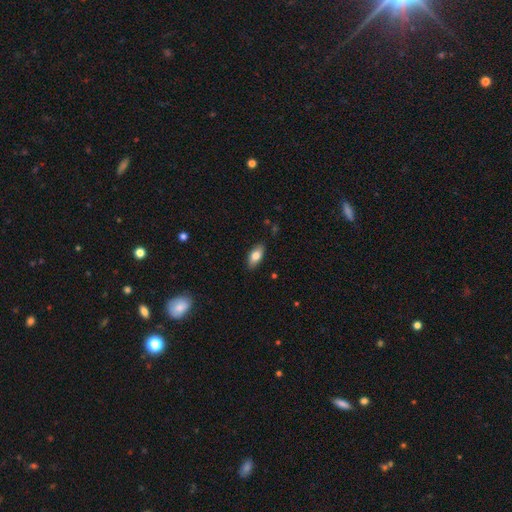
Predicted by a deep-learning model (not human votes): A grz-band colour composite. It shows a smooth galaxy with no disk features (79%) that is in between round and cigar-shaped (89%). Merging: none (87%).